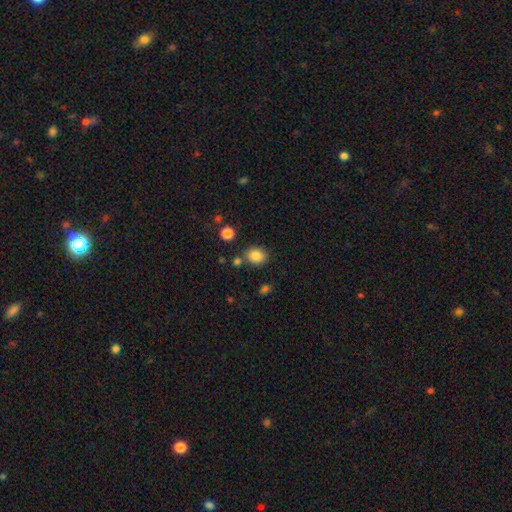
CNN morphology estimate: Overall: smooth (85%). How rounded: round (57%; in between 42%). Merging: none (77%).